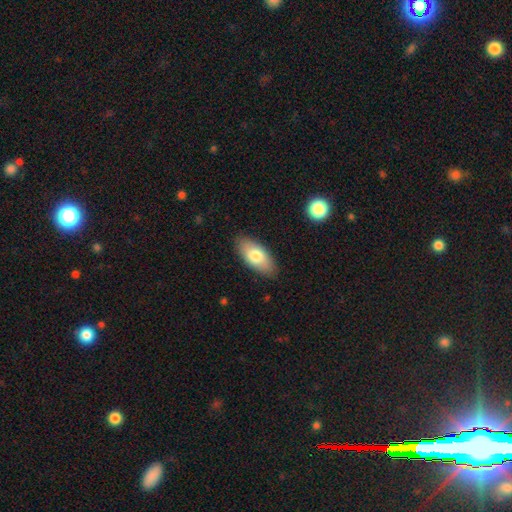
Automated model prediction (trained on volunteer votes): Smooth or featured: smooth — 77% (featured or disk — 17%)
How rounded: in between — 90% (cigar-shaped — 7%)
Merging: none — 87% (minor disturbance — 10%)